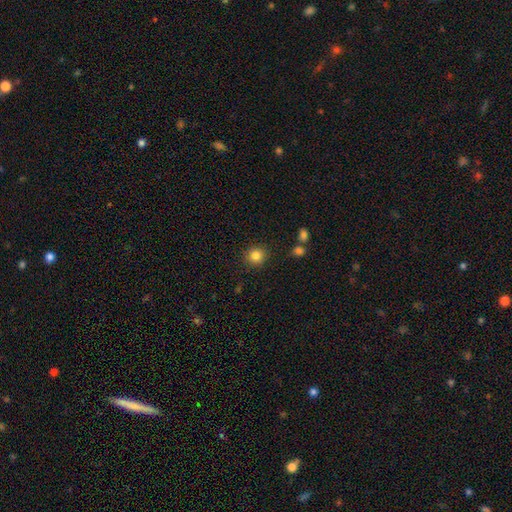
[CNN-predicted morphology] This appears to be a smooth galaxy with no disk features (84%) that is round (90%). Merging: none (89%).